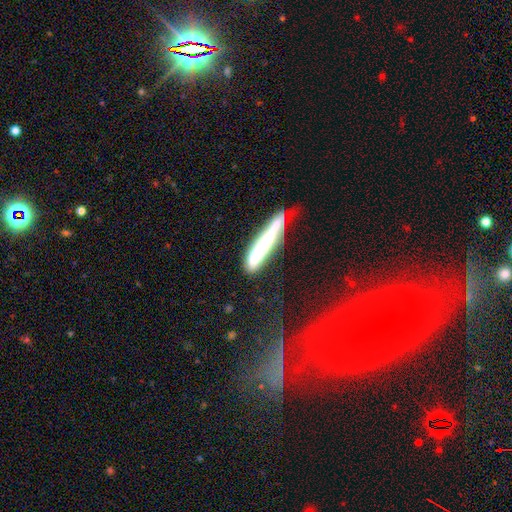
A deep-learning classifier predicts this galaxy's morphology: A featured or disk galaxy (50%).

Vote fractions:
- Smooth or featured? featured or disk: 50% / smooth: 42% / star or artifact: 9%
- Merging? none: 61% / minor disturbance: 20% / major disturbance: 10% / merger: 9%